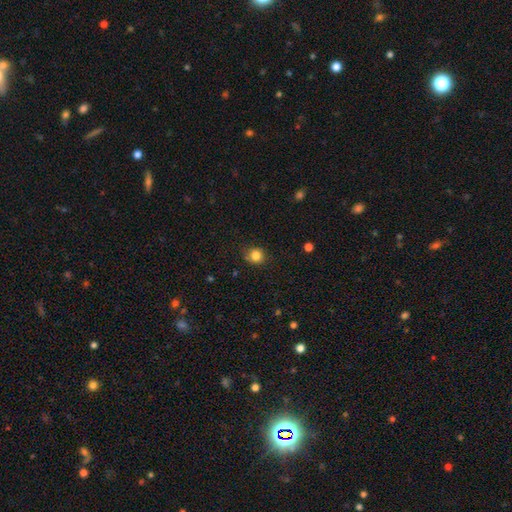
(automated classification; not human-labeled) A smooth galaxy with no disk features (84%) that is round (86%). Merging: none (80%).